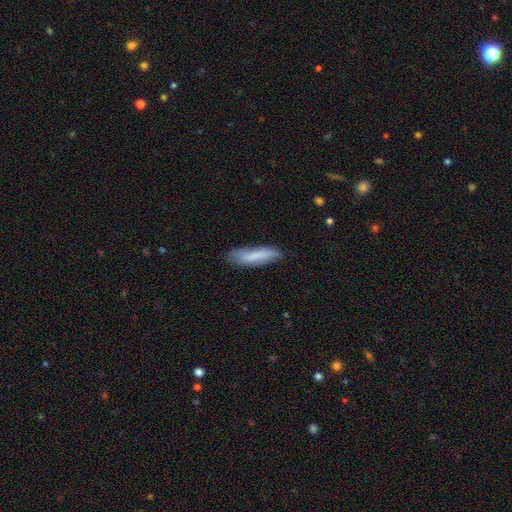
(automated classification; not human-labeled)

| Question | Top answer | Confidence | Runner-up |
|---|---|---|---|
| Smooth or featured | smooth | 67% | featured or disk (26%) |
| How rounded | cigar-shaped | 69% | in between (29%) |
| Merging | none | 69% | minor disturbance (23%) |